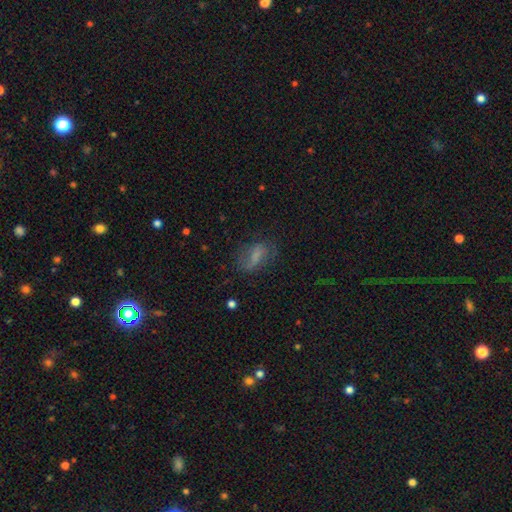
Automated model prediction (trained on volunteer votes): Q: Smooth or featured?
A: smooth (53%); runner-up: featured or disk (36%)
Q: How rounded?
A: in between (74%); runner-up: cigar-shaped (18%)
Q: Merging?
A: none (59%); runner-up: minor disturbance (23%)